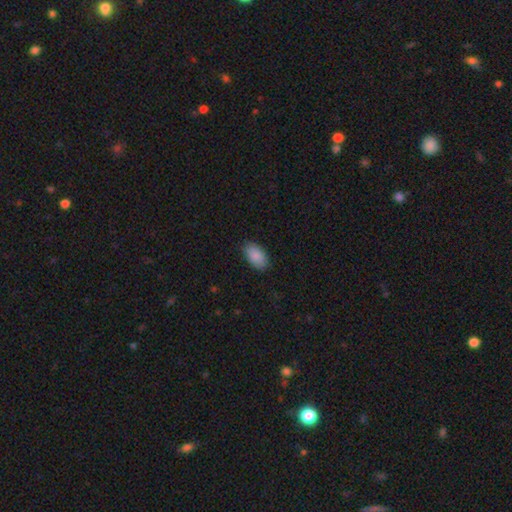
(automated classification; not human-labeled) Smooth or featured? smooth (88%)
How rounded? in between (94%)
Merging? none (86%)